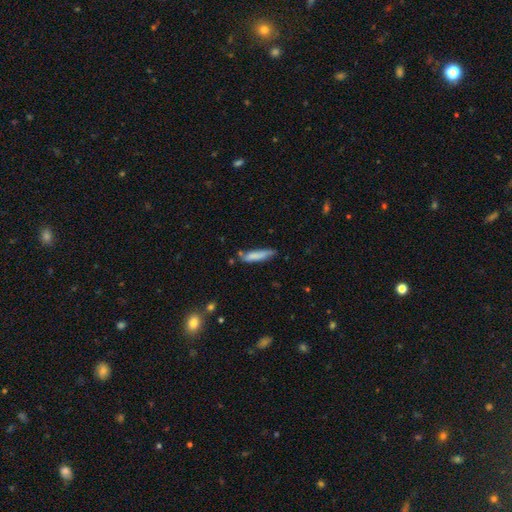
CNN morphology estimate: smooth_or_featured: smooth (p=0.79) [alt: featured or disk p=0.15]
how_rounded: cigar-shaped (p=0.79) [alt: in between p=0.20]
merging: none (p=0.63) [alt: minor disturbance p=0.26]